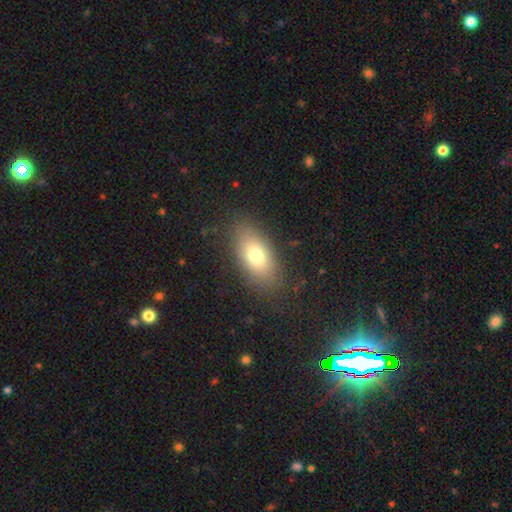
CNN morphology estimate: Smooth or featured? smooth (73%)
How rounded? in between (86%)
Merging? none (82%)